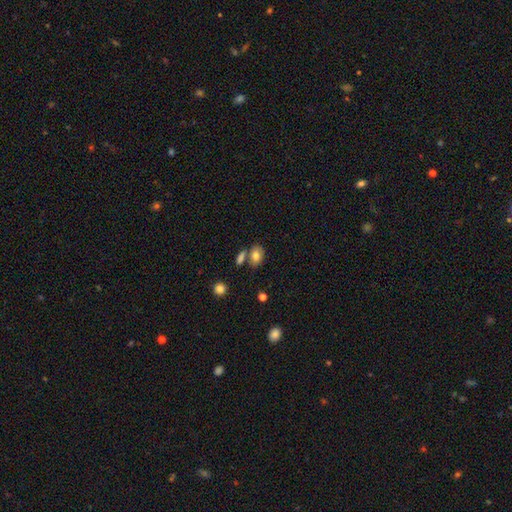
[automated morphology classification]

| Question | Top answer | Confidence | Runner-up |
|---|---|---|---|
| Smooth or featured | smooth | 79% | featured or disk (11%) |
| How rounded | in between | 78% | round (20%) |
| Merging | none | 63% | merger (19%) |